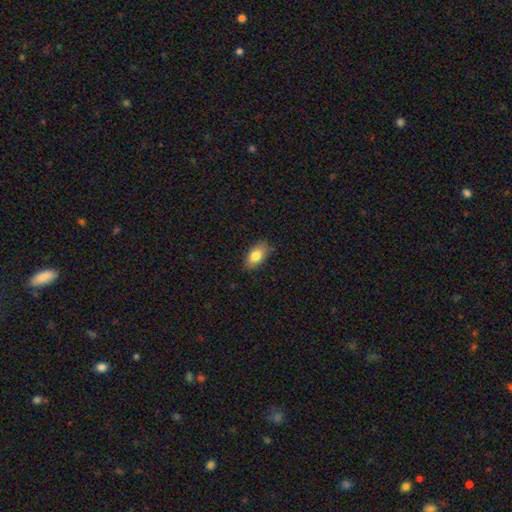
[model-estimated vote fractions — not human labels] Smooth or featured: smooth — 80% (featured or disk — 12%)
How rounded: in between — 89% (round — 7%)
Merging: none — 80% (minor disturbance — 17%)